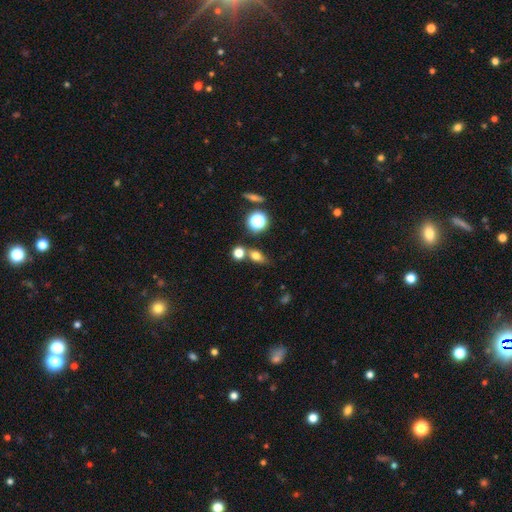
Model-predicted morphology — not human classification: This appears to be a smooth galaxy with no disk features (70%) that is in between round and cigar-shaped (64%). Merging: none (64%).